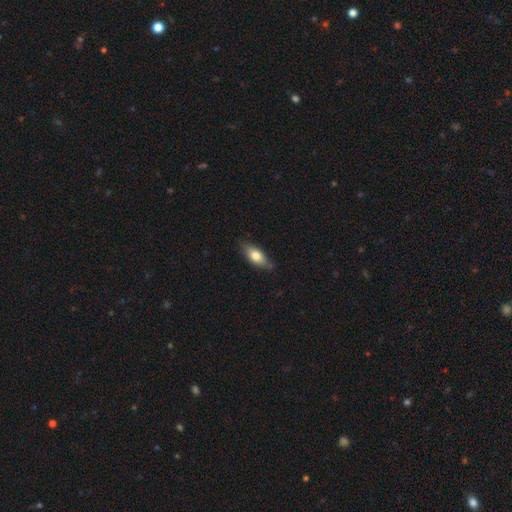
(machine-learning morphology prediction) Smooth or featured? Predicted: smooth (p=0.73). How rounded? Predicted: in between (p=0.81). Merging? Predicted: none (p=0.75).